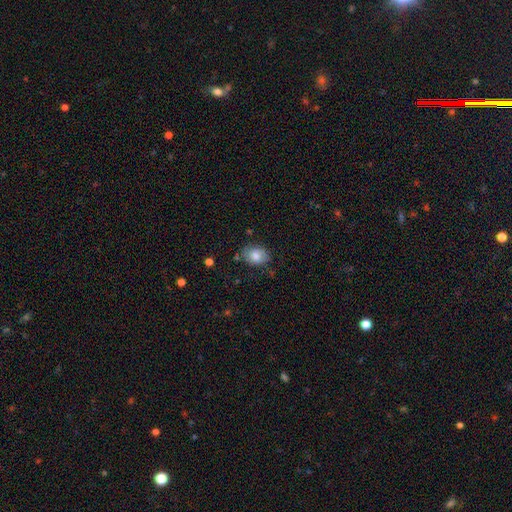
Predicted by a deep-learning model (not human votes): smooth-or-featured: smooth: 73% | featured or disk: 19% | star or artifact: 8%
  how-rounded: in between: 67% | round: 32% | cigar-shaped: 1%
  merging: none: 72% | minor disturbance: 21% | major disturbance: 5% | merger: 2%